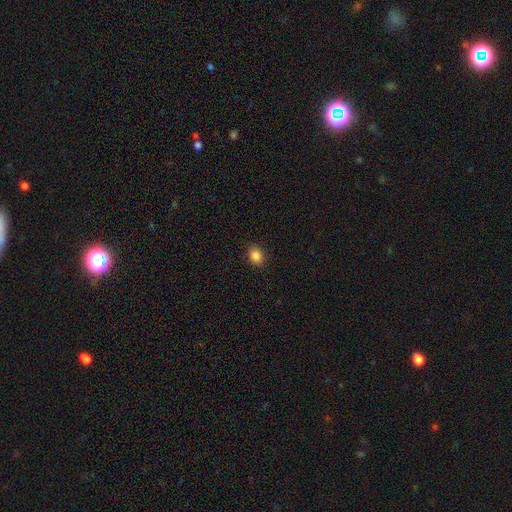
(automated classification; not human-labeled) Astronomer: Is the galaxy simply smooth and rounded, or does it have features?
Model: smooth — 86%.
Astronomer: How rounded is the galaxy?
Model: in between — 57% (runner-up: round, 42%).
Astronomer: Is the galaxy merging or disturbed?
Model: none — 88%.